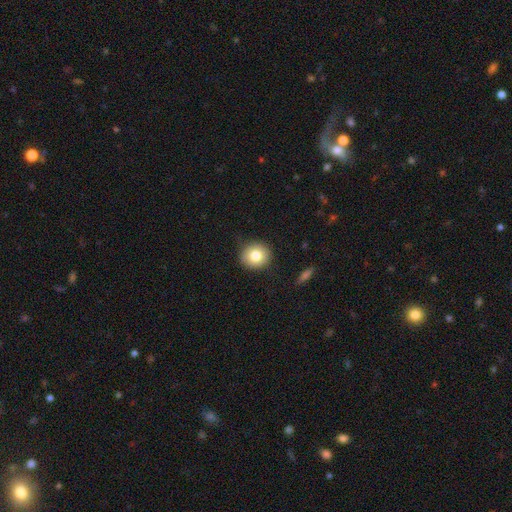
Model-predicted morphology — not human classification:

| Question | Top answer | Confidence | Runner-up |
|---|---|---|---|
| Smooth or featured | smooth | 80% | featured or disk (10%) |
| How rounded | round | 89% | in between (10%) |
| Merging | none | 88% | minor disturbance (8%) |